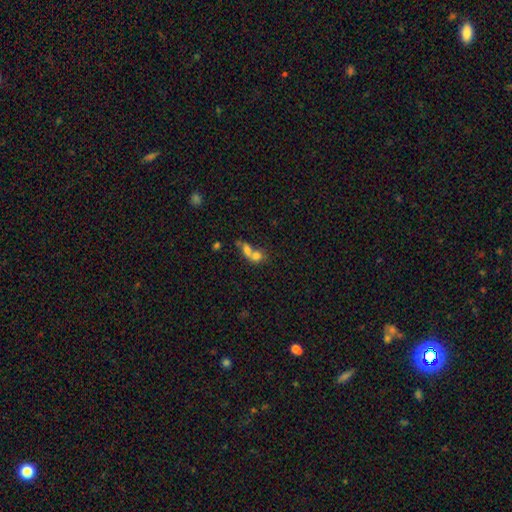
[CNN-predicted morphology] type=smooth (68%); roundness=round (50%); merging=merger (75%).